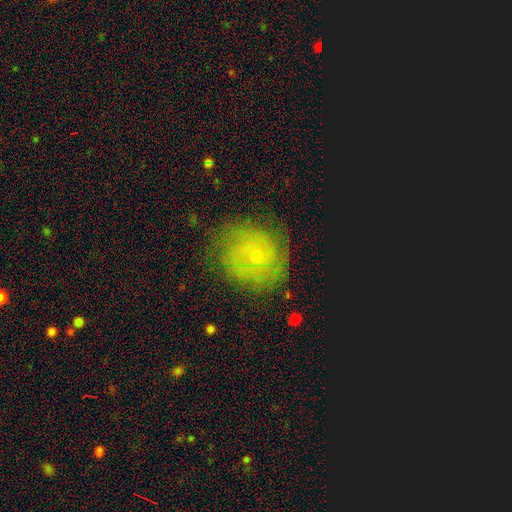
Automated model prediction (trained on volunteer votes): Smooth or featured: featured or disk — 58% (smooth — 27%)
Edge-on disk: no — 97% (yes — 3%)
Bar: no — 77% (weak — 19%)
Spiral arms: yes — 86% (no — 14%)
Bulge size: small — 73% (moderate — 22%)
Merging: none — 77% (minor disturbance — 16%)